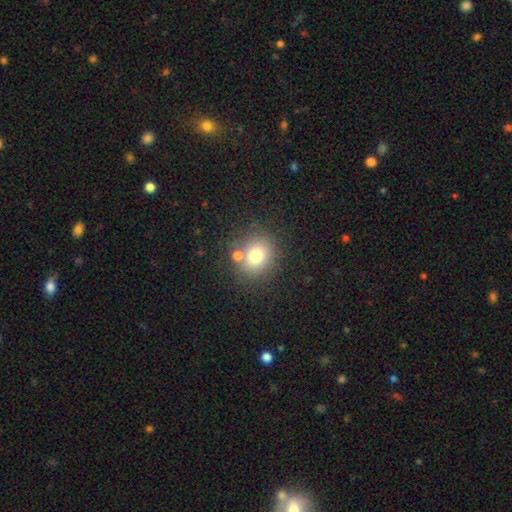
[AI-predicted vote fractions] smooth-or-featured: smooth: 75% | star or artifact: 14% | featured or disk: 12%
  how-rounded: round: 72% | in between: 28% | cigar-shaped: 1%
  merging: none: 69% | merger: 16% | minor disturbance: 10% | major disturbance: 4%